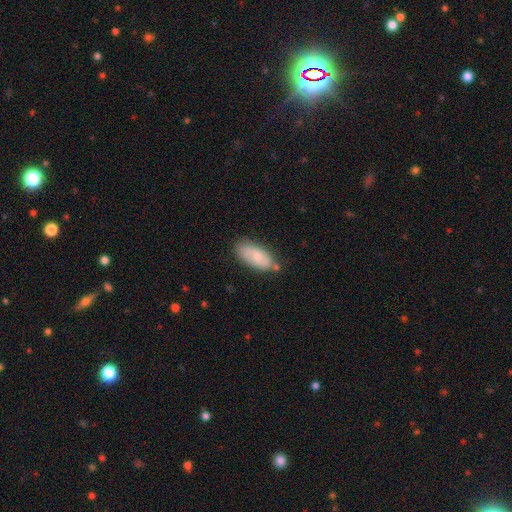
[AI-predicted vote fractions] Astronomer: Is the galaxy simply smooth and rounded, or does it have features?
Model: smooth — 63%.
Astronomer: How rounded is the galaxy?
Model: in between — 90%.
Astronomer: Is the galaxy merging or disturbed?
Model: none — 69%.